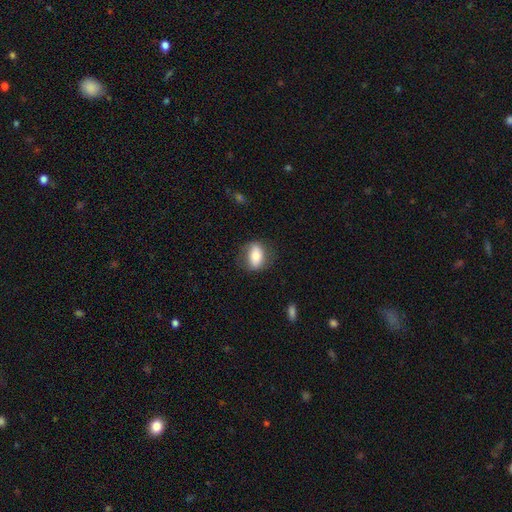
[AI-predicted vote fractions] Smooth or featured?
  - smooth: 72% *
  - featured or disk: 21%
  - star or artifact: 7%
How rounded?
  - in between: 78% *
  - round: 17%
  - cigar-shaped: 5%
Merging?
  - none: 76% *
  - minor disturbance: 17%
  - major disturbance: 6%
  - merger: 1%